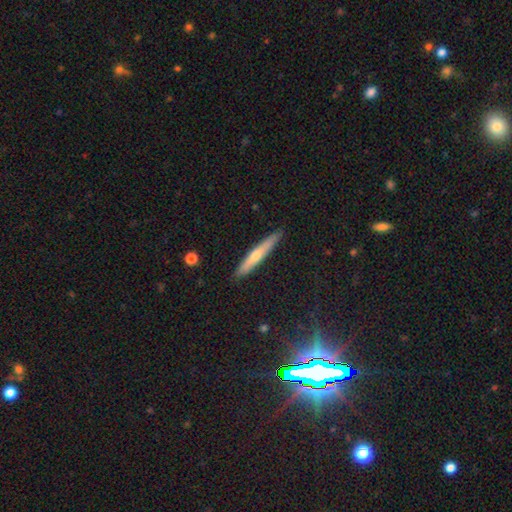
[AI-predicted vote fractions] Overall: smooth (50%; featured or disk 44%). How rounded: cigar-shaped (94%). Merging: none (89%).